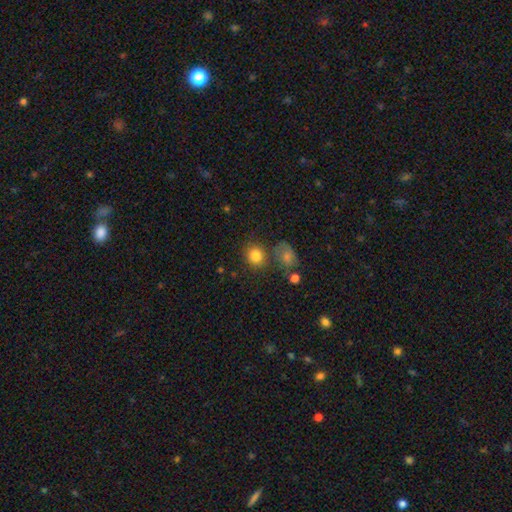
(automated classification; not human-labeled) smooth 83%, star or artifact 10%, featured or disk 7%. Down the decision tree: how rounded — round (75%); merging — none (72%).